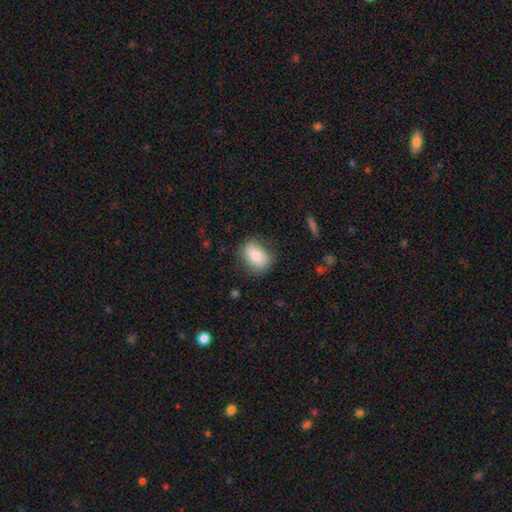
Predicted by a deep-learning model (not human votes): smooth 77%, featured or disk 15%, star or artifact 8%. Down the decision tree: how rounded — in between (72%); merging — none (75%).